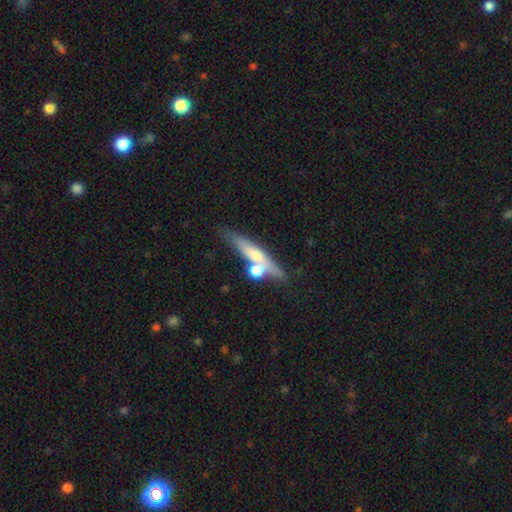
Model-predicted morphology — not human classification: Q: Smooth or featured?
A: featured or disk (50%); runner-up: smooth (42%)
Q: Merging?
A: none (67%); runner-up: merger (15%)